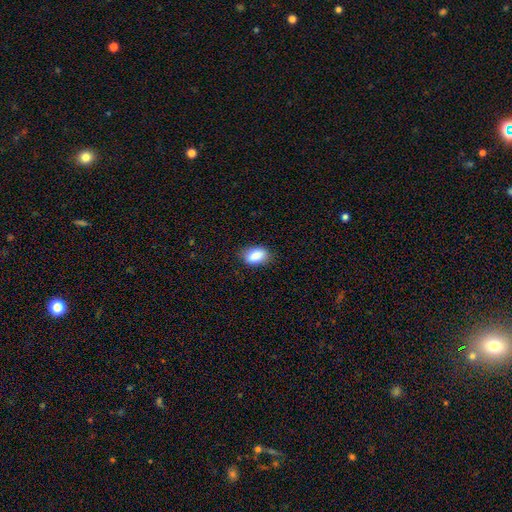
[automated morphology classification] This is clearly a smooth galaxy (88%). How rounded: clearly in between (88%). Merging: clearly none (82%).